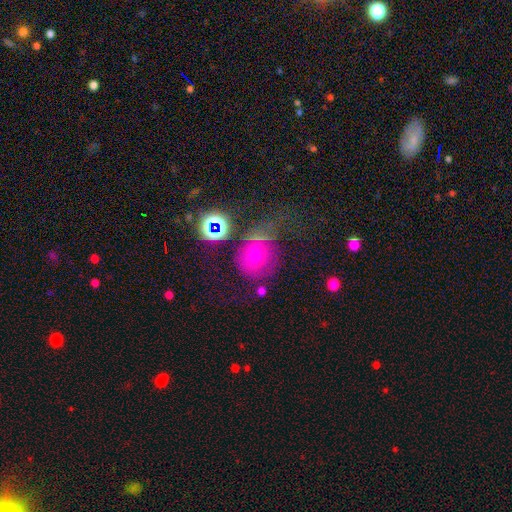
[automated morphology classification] smooth-or-featured: smooth: 60% | star or artifact: 21% | featured or disk: 19%
  how-rounded: round: 82% | in between: 17% | cigar-shaped: 1%
  merging: none: 51% | major disturbance: 19% | minor disturbance: 19% | merger: 10%